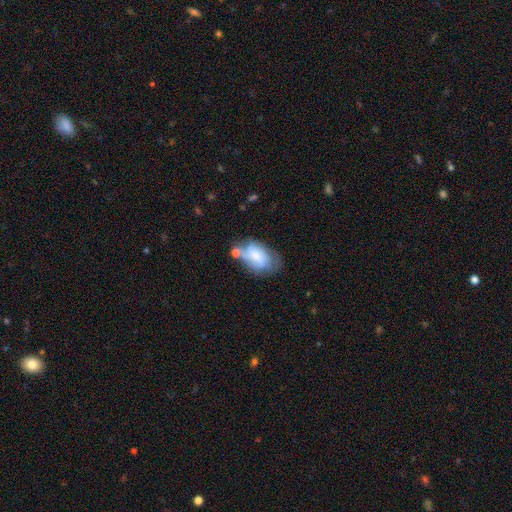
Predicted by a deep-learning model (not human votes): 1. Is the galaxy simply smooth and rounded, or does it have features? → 55% smooth, 36% featured or disk, 8% star or artifact.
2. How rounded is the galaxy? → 88% in between, 10% round, 2% cigar-shaped.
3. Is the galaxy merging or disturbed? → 39% none, 27% minor disturbance, 18% merger, 16% major disturbance.